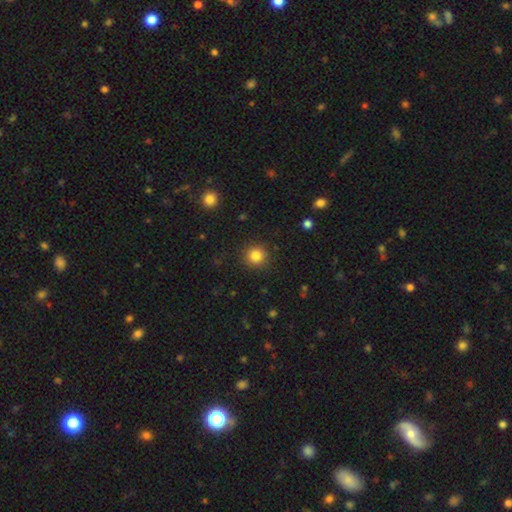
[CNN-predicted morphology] A smooth galaxy with no disk features (84%) that is round (93%).

Vote fractions:
- Smooth or featured? smooth: 84% / star or artifact: 11% / featured or disk: 5%
- How rounded? round: 93% / in between: 6% / cigar-shaped: 1%
- Merging? none: 89% / minor disturbance: 7% / major disturbance: 3% / merger: 1%